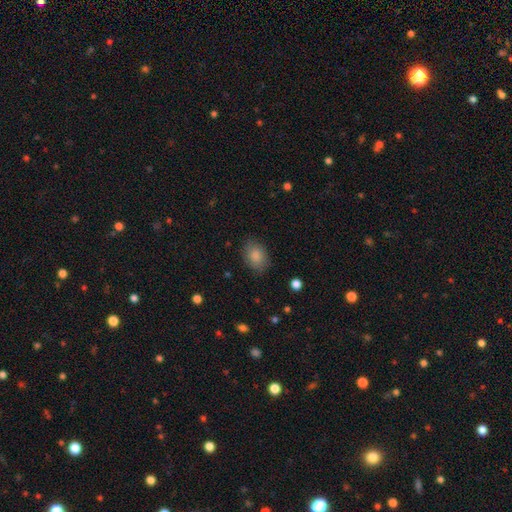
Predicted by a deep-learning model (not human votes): Smooth or featured? smooth (86%)
How rounded? in between (73%)
Merging? none (81%)